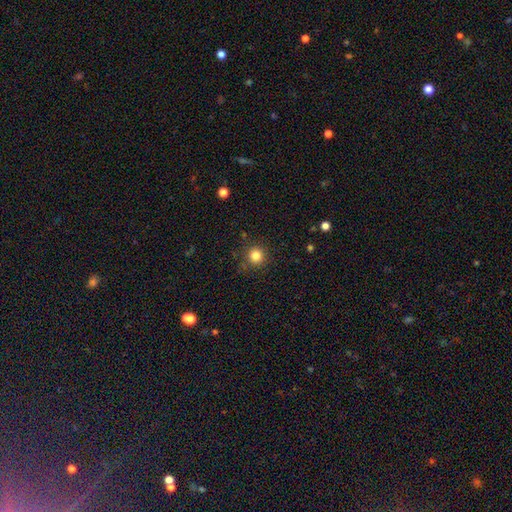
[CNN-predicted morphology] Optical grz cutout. It shows a smooth galaxy with no disk features (83%) that is round (94%). Merging: none (89%).